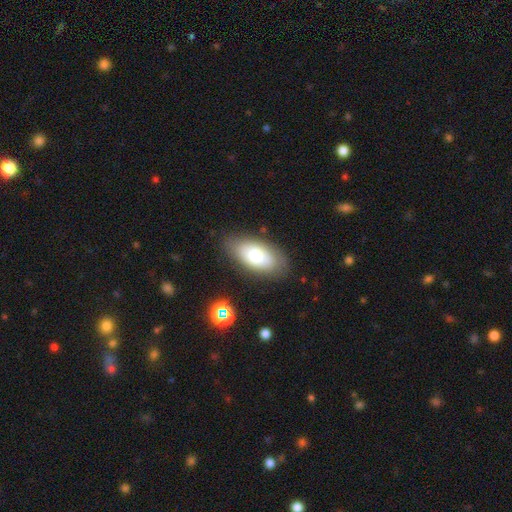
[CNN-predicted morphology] A smooth galaxy with no disk features (70%) that is in between round and cigar-shaped (93%).

Vote fractions:
- Smooth or featured? smooth: 70% / featured or disk: 22% / star or artifact: 8%
- How rounded? in between: 93% / round: 4% / cigar-shaped: 3%
- Merging? none: 81% / minor disturbance: 13% / major disturbance: 4% / merger: 2%